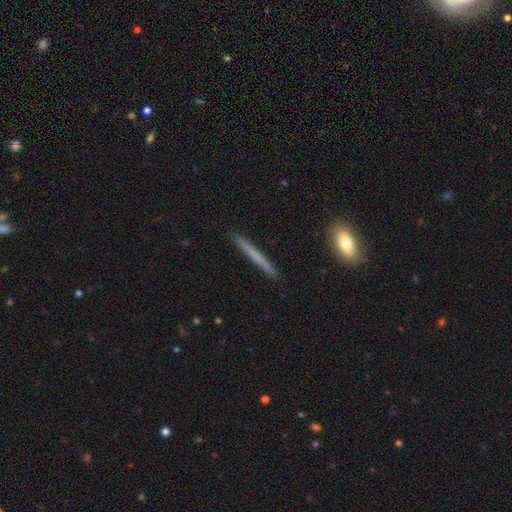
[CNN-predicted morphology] type=smooth (60%); roundness=cigar-shaped (97%); merging=none (91%).